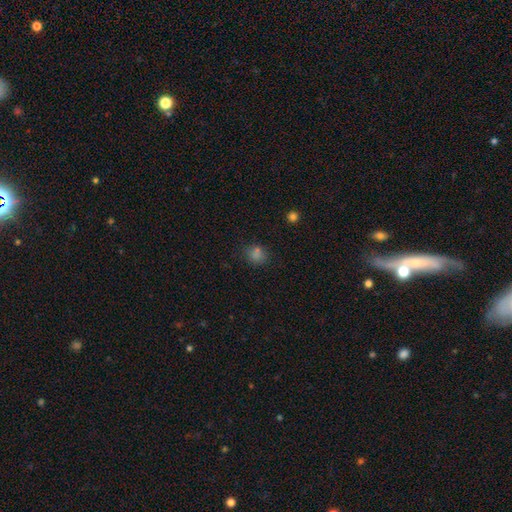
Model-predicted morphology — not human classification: smooth 69%, star or artifact 25%, featured or disk 6%. Down the decision tree: how rounded — round (70%); merging — none (79%).